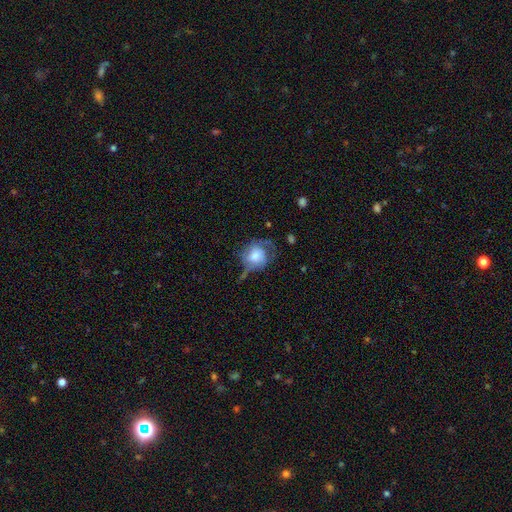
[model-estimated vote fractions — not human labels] This is possibly a smooth galaxy (47%). Merging: marginally none (39%).